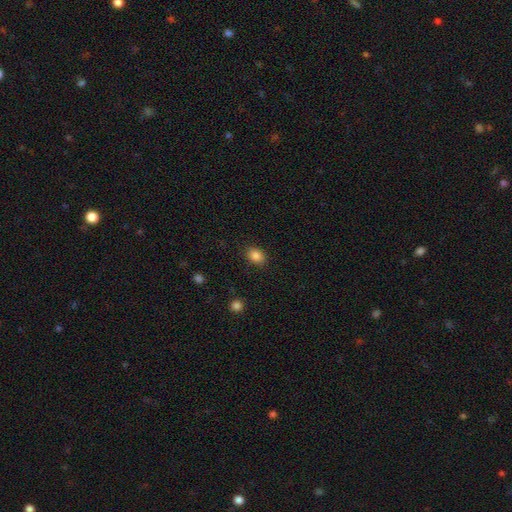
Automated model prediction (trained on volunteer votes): A smooth galaxy with no disk features (86%) that is in between round and cigar-shaped (63%). Merging: none (87%).